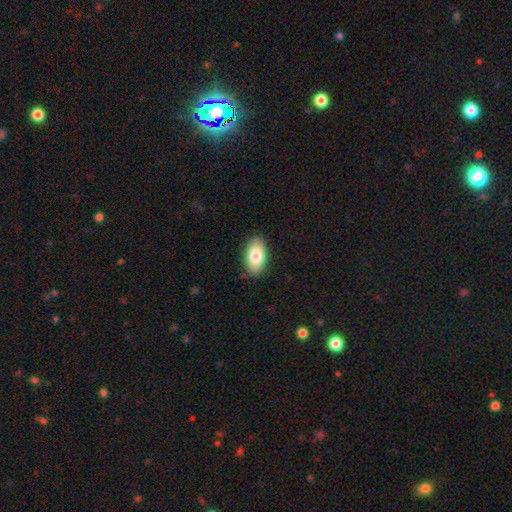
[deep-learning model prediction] smooth_or_featured: smooth (p=0.81) [alt: featured or disk p=0.12]
how_rounded: in between (p=0.94) [alt: round p=0.04]
merging: none (p=0.88) [alt: minor disturbance p=0.09]